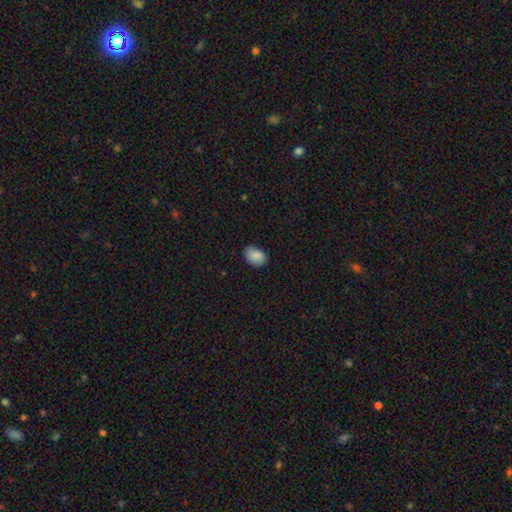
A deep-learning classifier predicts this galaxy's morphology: The model was most divided on "how rounded": in between: 71%, round: 28%, cigar-shaped: 1%. More confident: smooth or featured — smooth (87%); merging — none (74%).